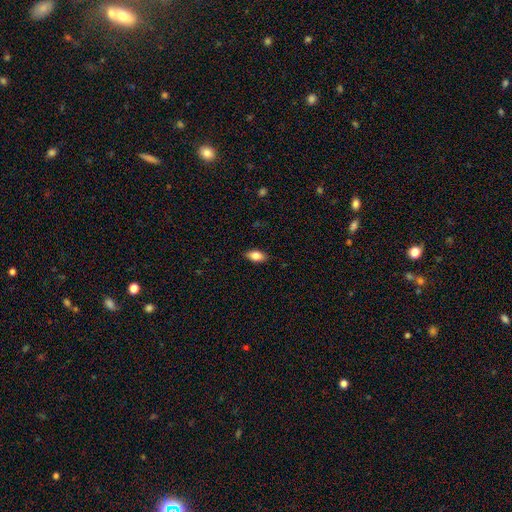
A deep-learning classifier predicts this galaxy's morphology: smooth 81%, featured or disk 11%, star or artifact 7%. Down the decision tree: how rounded — in between (89%); merging — none (86%).